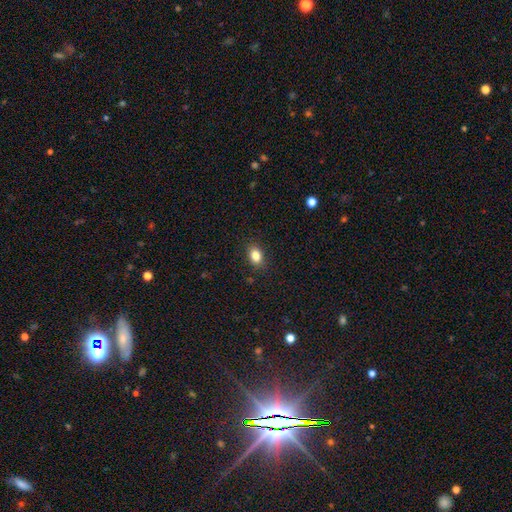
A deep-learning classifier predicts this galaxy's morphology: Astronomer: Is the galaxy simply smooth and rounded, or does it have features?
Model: smooth — 84%.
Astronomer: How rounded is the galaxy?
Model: in between — 78%.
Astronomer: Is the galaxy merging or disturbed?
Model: none — 87%.